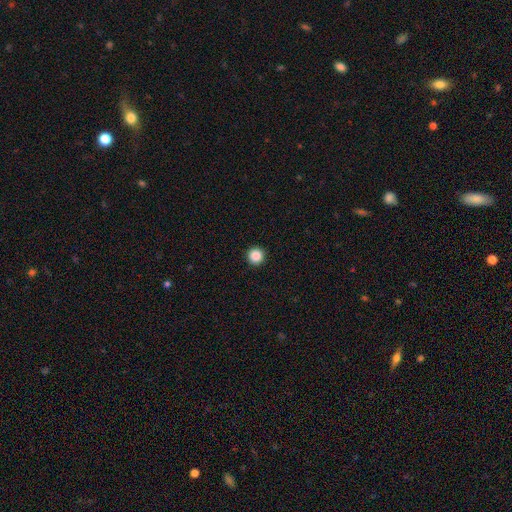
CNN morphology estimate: The model was most divided on "smooth or featured": smooth: 87%, star or artifact: 10%, featured or disk: 3%. More confident: how rounded — round (97%); merging — none (94%).